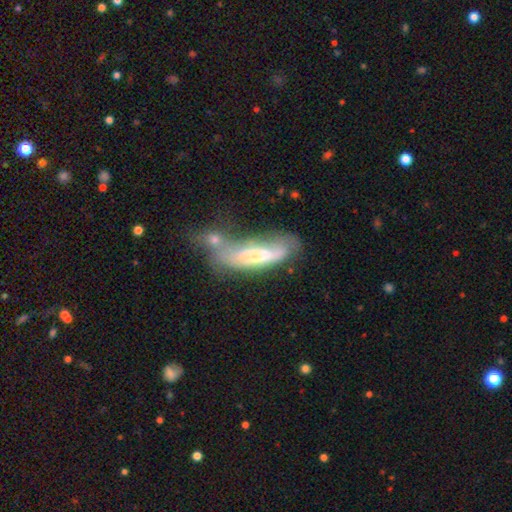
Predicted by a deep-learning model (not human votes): Smooth or featured? featured or disk (47%)
Merging? merger (50%)